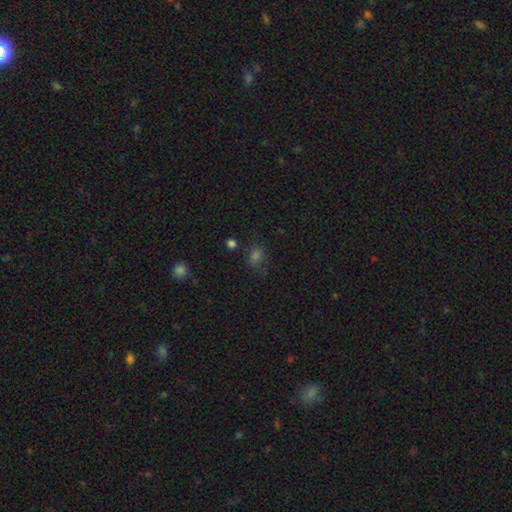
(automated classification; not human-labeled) smooth-or-featured: smooth: 65% | star or artifact: 29% | featured or disk: 7%
  how-rounded: round: 52% | in between: 47% | cigar-shaped: 1%
  merging: none: 69% | minor disturbance: 18% | major disturbance: 8% | merger: 4%